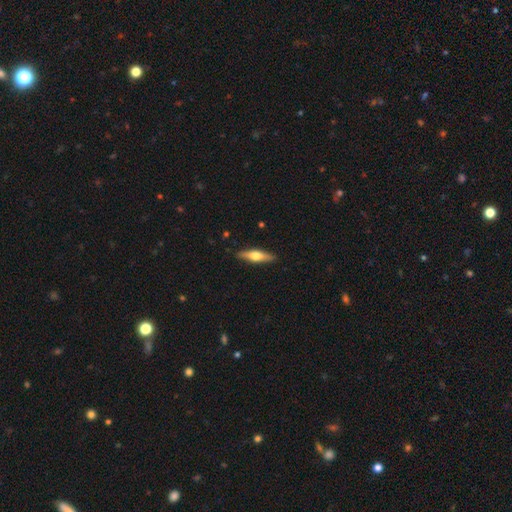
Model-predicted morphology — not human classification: Smooth or featured?
  - featured or disk: 51% *
  - smooth: 43%
  - star or artifact: 6%
Edge-on disk?
  - yes: 93% *
  - no: 7%
Merging?
  - none: 89% *
  - minor disturbance: 8%
  - major disturbance: 2%
  - merger: 1%